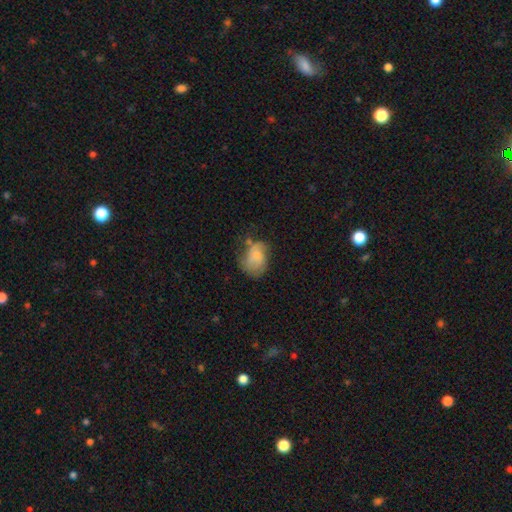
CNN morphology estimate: Q: Smooth or featured?
A: smooth (60%); runner-up: featured or disk (31%)
Q: How rounded?
A: in between (65%); runner-up: round (34%)
Q: Merging?
A: none (38%); runner-up: minor disturbance (33%)